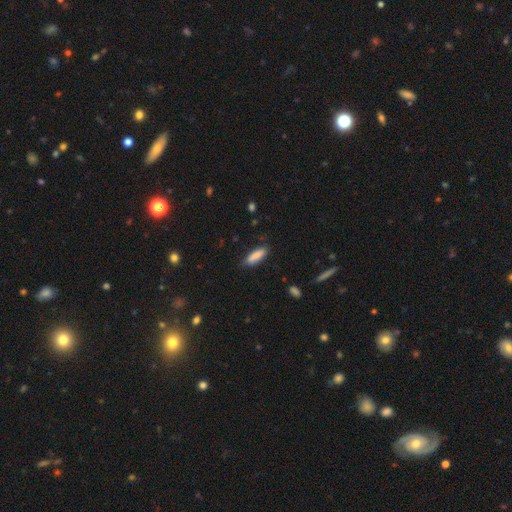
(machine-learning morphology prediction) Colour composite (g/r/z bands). It shows a smooth galaxy with no disk features (85%) that is cigar-shaped (52%). Merging: none (80%).